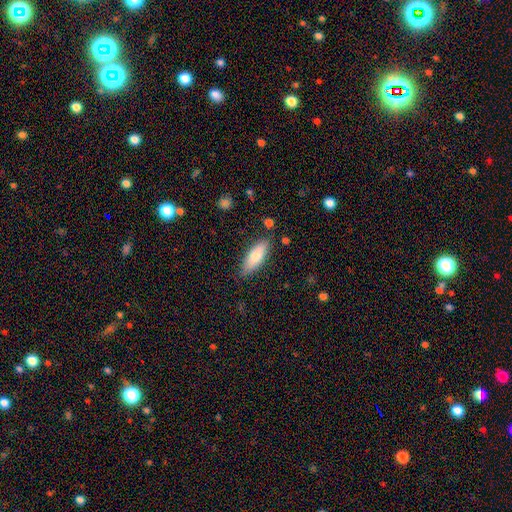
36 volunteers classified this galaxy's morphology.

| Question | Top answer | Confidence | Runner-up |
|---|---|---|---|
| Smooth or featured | smooth | 64% | featured or disk (33%) |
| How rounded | in between | 48% | tied: cigar-shaped (48%) |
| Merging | none | 91% | minor disturbance (9%) |